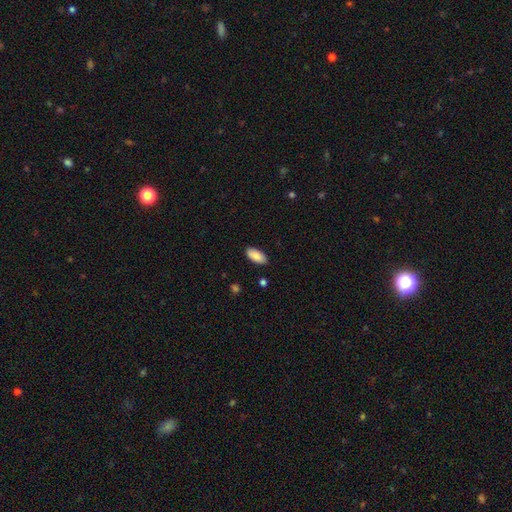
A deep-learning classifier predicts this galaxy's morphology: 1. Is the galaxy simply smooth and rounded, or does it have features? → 87% smooth, 7% featured or disk, 6% star or artifact.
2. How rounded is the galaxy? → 92% in between, 7% cigar-shaped, 2% round.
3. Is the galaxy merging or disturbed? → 87% none, 9% minor disturbance, 2% major disturbance, 1% merger.